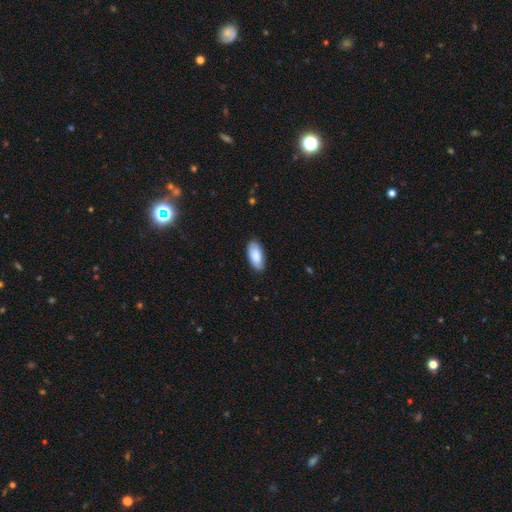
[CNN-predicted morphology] Smooth or featured: smooth — 84% (featured or disk — 10%)
How rounded: in between — 91% (cigar-shaped — 8%)
Merging: none — 85% (minor disturbance — 12%)